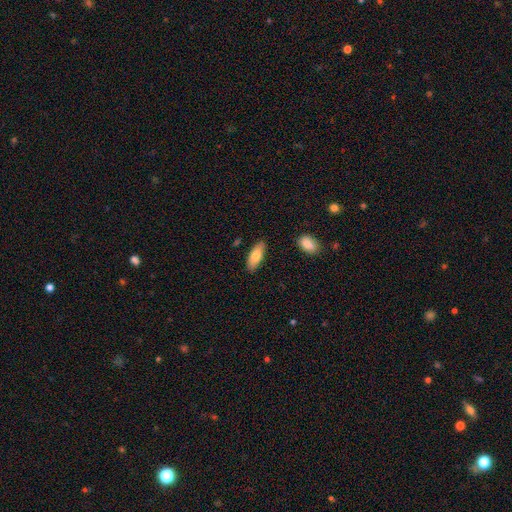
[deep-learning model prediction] Q: Smooth or featured?
A: smooth (78%); runner-up: featured or disk (16%)
Q: How rounded?
A: in between (77%); runner-up: cigar-shaped (21%)
Q: Merging?
A: none (86%); runner-up: minor disturbance (10%)